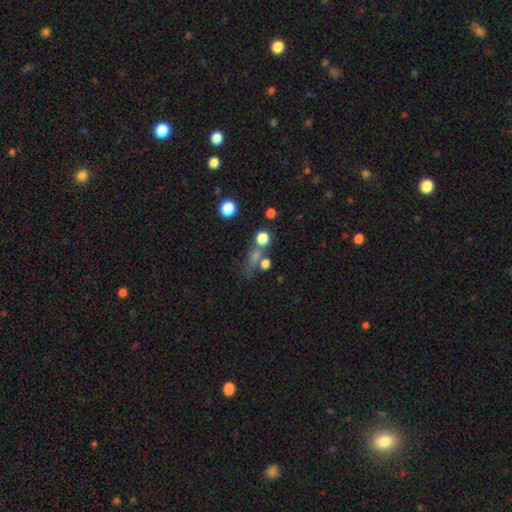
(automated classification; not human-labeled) This is possibly a smooth galaxy (47%). Merging: possibly none (54%).